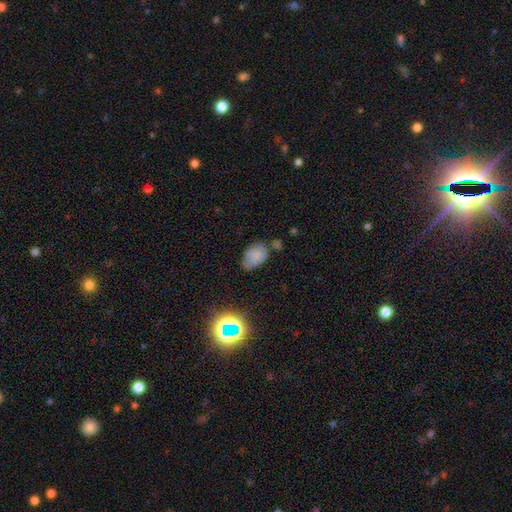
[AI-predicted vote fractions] Smooth or featured? smooth (73%)
How rounded? in between (87%)
Merging? none (51%)